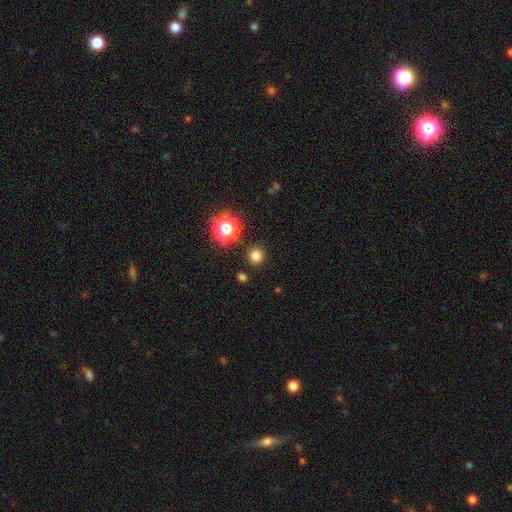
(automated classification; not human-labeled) Overall: smooth (77%). How rounded: round (93%). Merging: none (90%).